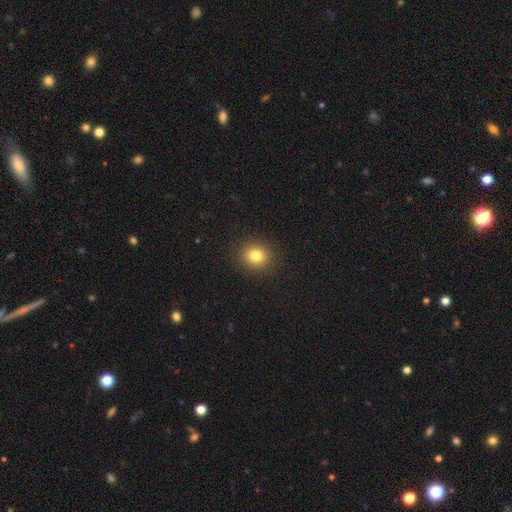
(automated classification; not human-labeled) Smooth or featured: smooth — 81% (star or artifact — 12%)
How rounded: round — 79% (in between — 20%)
Merging: none — 90% (minor disturbance — 6%)